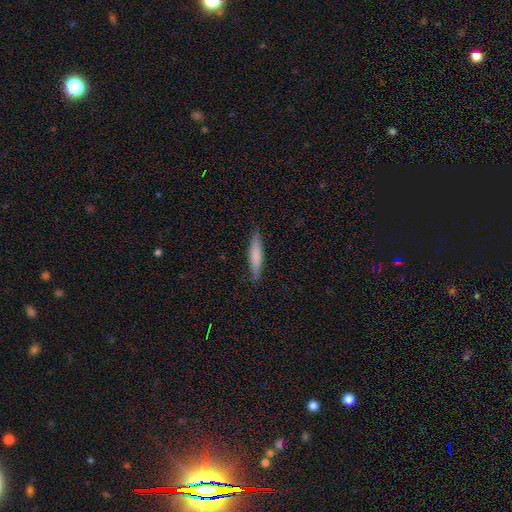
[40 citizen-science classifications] Morphology: type=smooth (70%); roundness=cigar-shaped (89%); merging=none (94%).